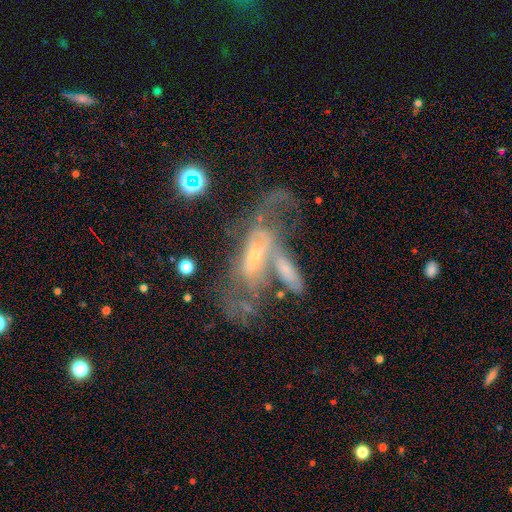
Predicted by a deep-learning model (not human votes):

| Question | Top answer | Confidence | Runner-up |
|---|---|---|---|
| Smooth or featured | featured or disk | 66% | smooth (23%) |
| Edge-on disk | no | 82% | yes (18%) |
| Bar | no | 59% | weak (26%) |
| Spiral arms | no | 55% | yes (45%) |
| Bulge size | small | 60% | moderate (32%) |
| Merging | merger | 50% | major disturbance (27%) |